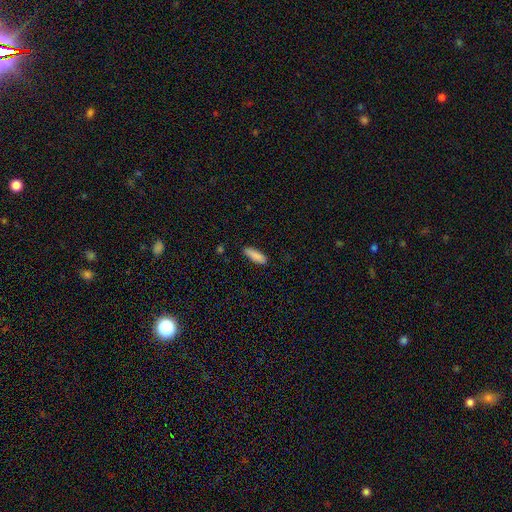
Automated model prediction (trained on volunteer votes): The model was most divided on "how rounded": in between: 50%, cigar-shaped: 49%, round: 2%. More confident: smooth or featured — smooth (89%); merging — none (87%).